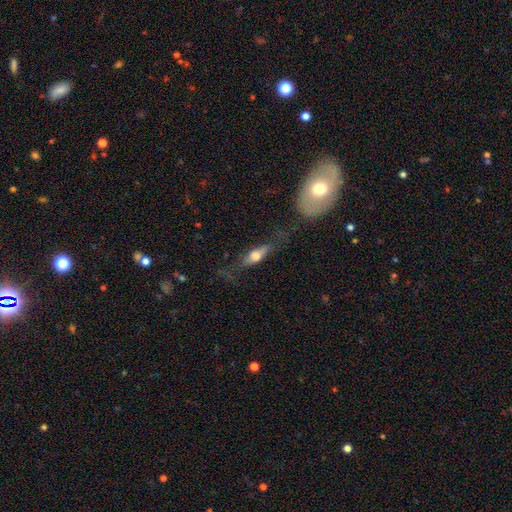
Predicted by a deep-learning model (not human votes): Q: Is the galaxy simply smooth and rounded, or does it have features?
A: smooth — 51%.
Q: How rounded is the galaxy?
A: cigar-shaped — 51%.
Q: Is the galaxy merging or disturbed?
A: none — 57%.